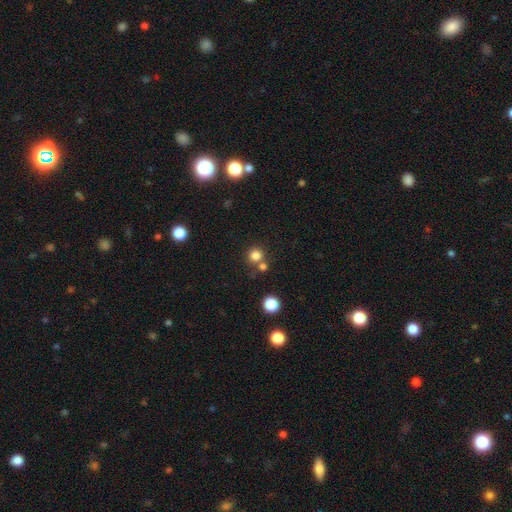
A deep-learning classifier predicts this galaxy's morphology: A smooth galaxy with no disk features (80%) that is round (93%). Merging: none (67%).